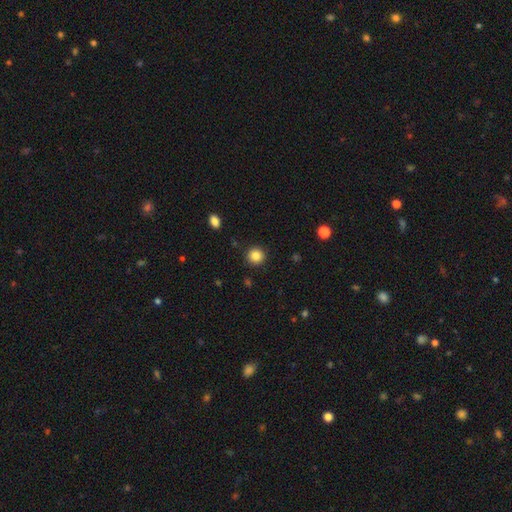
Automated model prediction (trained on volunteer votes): Smooth or featured? Predicted: smooth (p=0.85). How rounded? Predicted: round (p=0.93). Merging? Predicted: none (p=0.91).